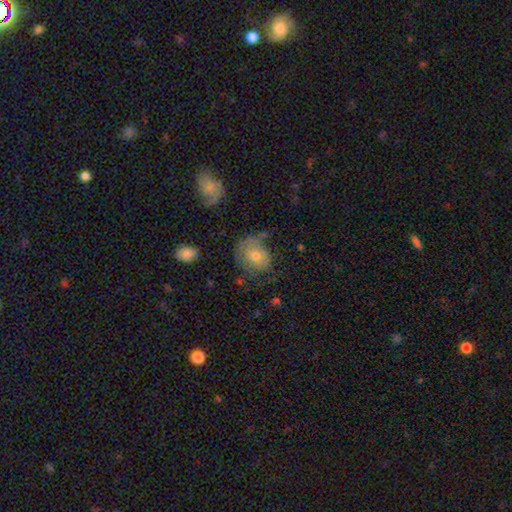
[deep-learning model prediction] This is possibly a smooth galaxy (54%). How rounded: likely round (62%). Merging: marginally none (44%).